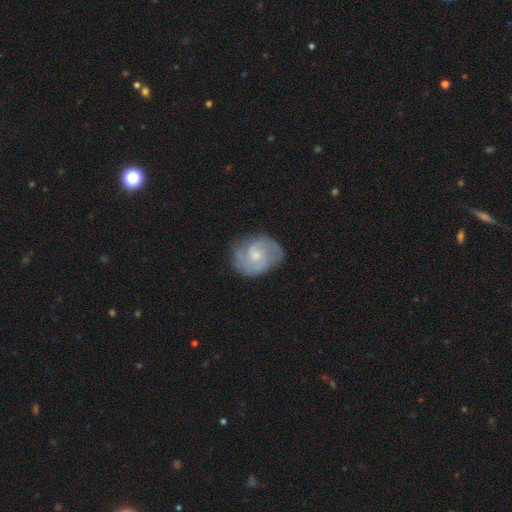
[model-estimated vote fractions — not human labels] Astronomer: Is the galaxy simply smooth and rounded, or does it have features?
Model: featured or disk — 74%.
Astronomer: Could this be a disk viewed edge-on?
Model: no — 98%.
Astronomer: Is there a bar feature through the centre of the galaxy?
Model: no — 61% (runner-up: weak, 36%).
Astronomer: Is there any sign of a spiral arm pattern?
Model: yes — 93%.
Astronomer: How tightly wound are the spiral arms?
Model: medium — 46% (runner-up: tight, 39%).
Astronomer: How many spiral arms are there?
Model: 2 — 72%.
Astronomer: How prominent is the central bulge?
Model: small — 60%.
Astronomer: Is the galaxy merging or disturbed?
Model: none — 71%.